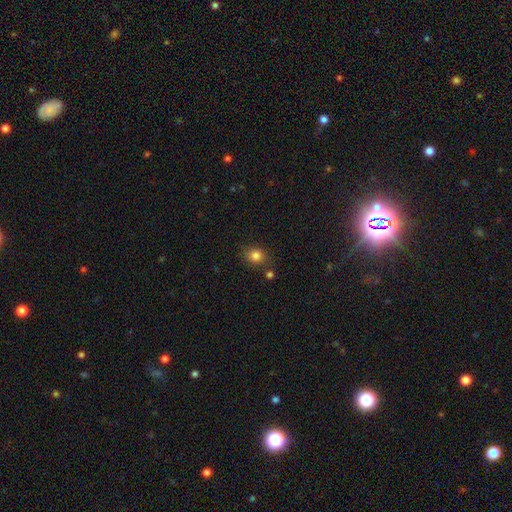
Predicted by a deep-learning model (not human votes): smooth 82%, star or artifact 12%, featured or disk 6%. Down the decision tree: how rounded — round (67%); merging — none (77%).